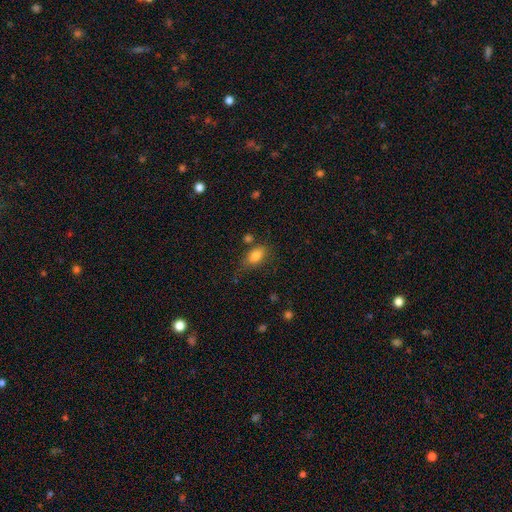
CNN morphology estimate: The model was most divided on "merging": none: 65%, minor disturbance: 22%, merger: 7%, major disturbance: 6%. More confident: how rounded — in between (86%); smooth or featured — smooth (82%).